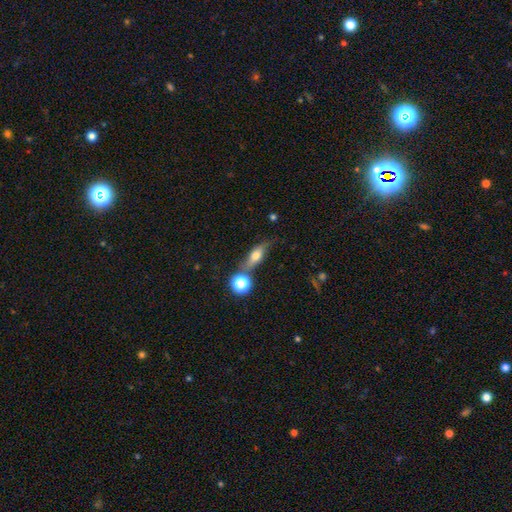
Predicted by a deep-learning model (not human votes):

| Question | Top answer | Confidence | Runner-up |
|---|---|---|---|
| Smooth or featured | smooth | 55% | featured or disk (35%) |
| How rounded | in between | 54% | cigar-shaped (35%) |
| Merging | none | 59% | merger (18%) |